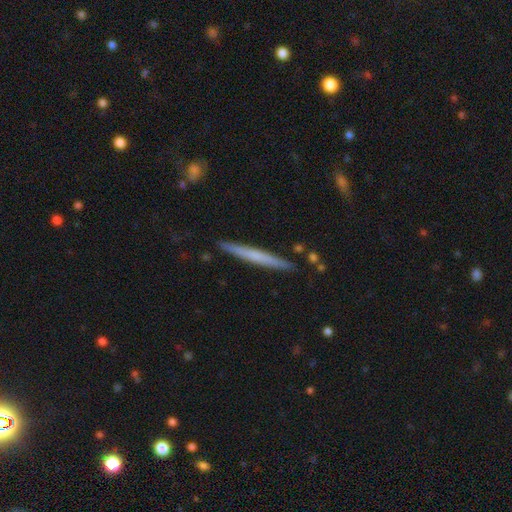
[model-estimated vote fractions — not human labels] smooth-or-featured: smooth: 51% | featured or disk: 43% | star or artifact: 5%
  how-rounded: cigar-shaped: 97% | in between: 2% | round: 1%
  merging: none: 90% | minor disturbance: 7% | merger: 2% | major disturbance: 1%